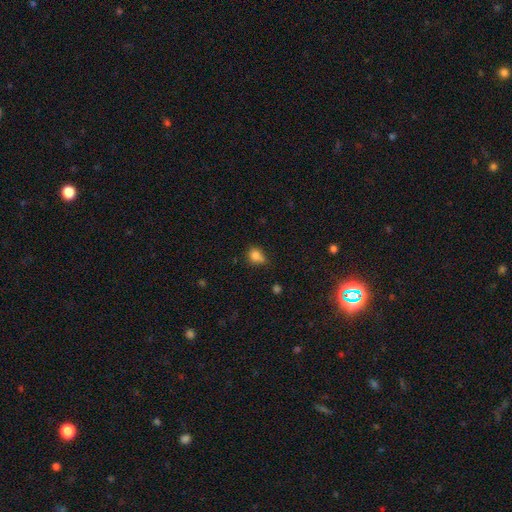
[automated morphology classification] Q: Smooth or featured?
A: smooth (80%); runner-up: star or artifact (12%)
Q: How rounded?
A: round (55%); runner-up: in between (44%)
Q: Merging?
A: none (47%); runner-up: minor disturbance (33%)